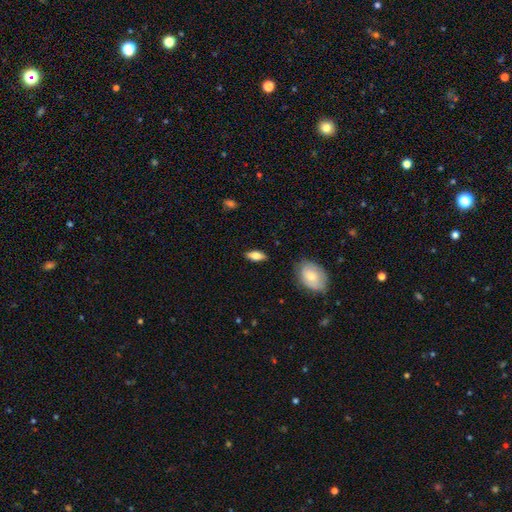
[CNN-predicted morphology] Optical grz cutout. It shows a smooth galaxy with no disk features (74%) that is in between round and cigar-shaped (79%). Merging: none (85%).